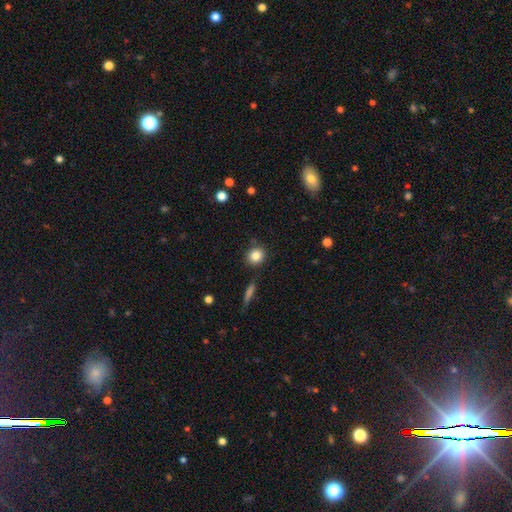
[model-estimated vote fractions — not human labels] Overall: smooth (84%). How rounded: round (84%). Merging: none (84%).